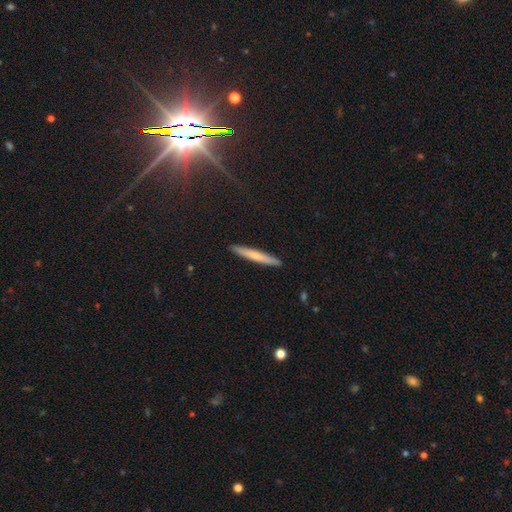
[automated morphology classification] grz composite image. It shows a smooth galaxy with no disk features (61%) that is cigar-shaped (95%). Merging: none (92%).